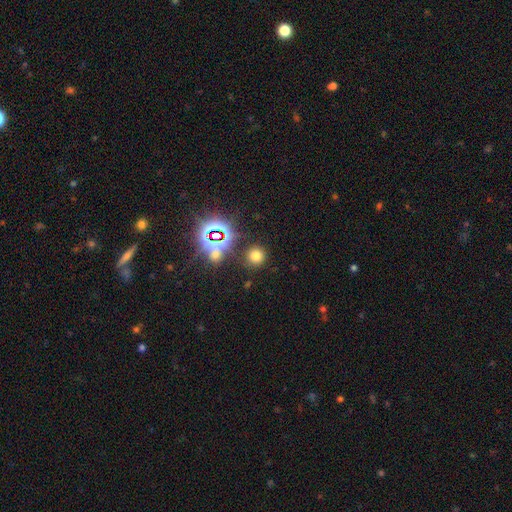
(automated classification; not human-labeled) smooth 66%, star or artifact 27%, featured or disk 7%. Down the decision tree: how rounded — round (92%); merging — none (85%).